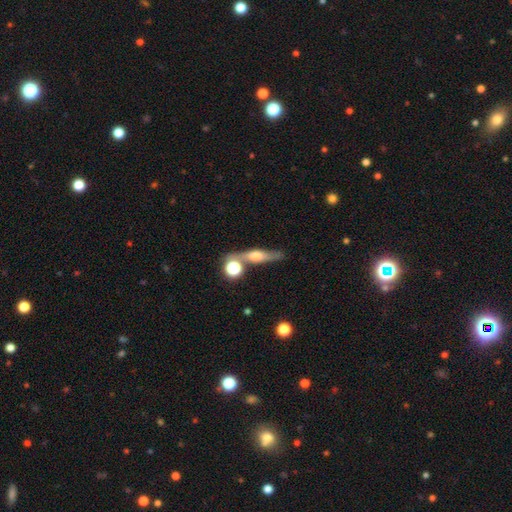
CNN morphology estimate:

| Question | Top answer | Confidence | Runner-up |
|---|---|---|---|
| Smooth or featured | featured or disk | 60% | smooth (30%) |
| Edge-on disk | yes | 88% | no (12%) |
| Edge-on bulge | rounded | 86% | boxy (9%) |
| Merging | none | 68% | merger (15%) |